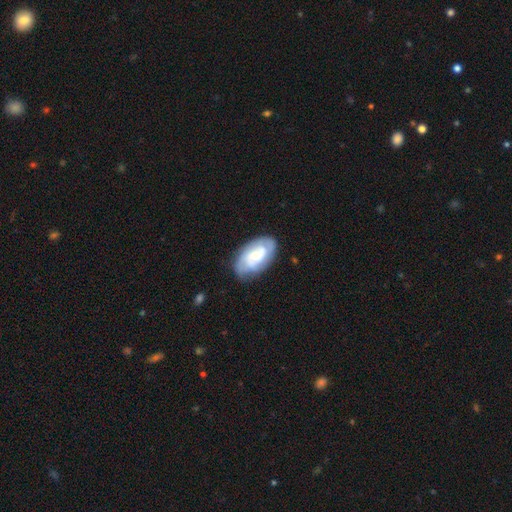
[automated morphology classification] The model was most divided on "bulge size": small: 41%, moderate: 38%, large: 11%, none: 8%, dominant: 2%. Remaining: edge-on disk — no (96%); spiral arms — yes (87%); merging — none (73%); smooth or featured — featured or disk (63%); bar — no (57%); spiral winding — tight (52%); spiral arm count — 2 (43%).